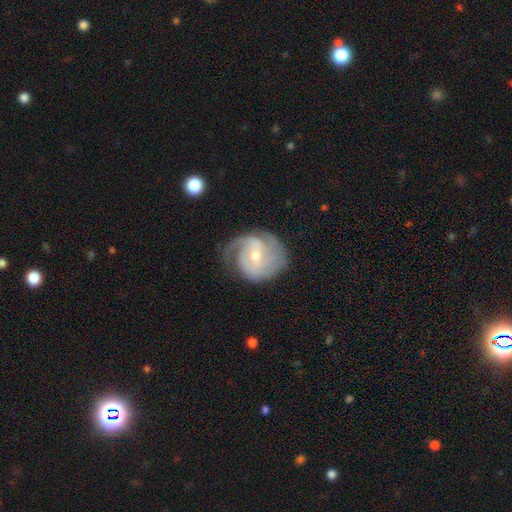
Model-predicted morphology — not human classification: A featured or disk galaxy (82%) with a weak bar (47%), 2 (38%) tight (49%) spiral arms (95%) and a small central bulge (53%). Merging: none (63%).